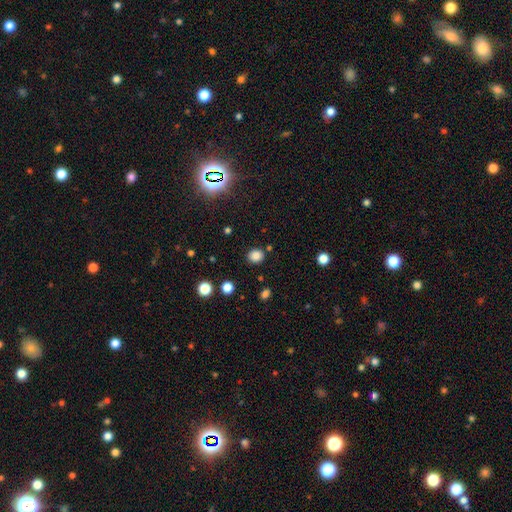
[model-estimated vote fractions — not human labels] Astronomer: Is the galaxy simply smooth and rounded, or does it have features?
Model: smooth — 83%.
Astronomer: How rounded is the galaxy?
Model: round — 80%.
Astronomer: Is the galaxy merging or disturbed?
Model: none — 86%.